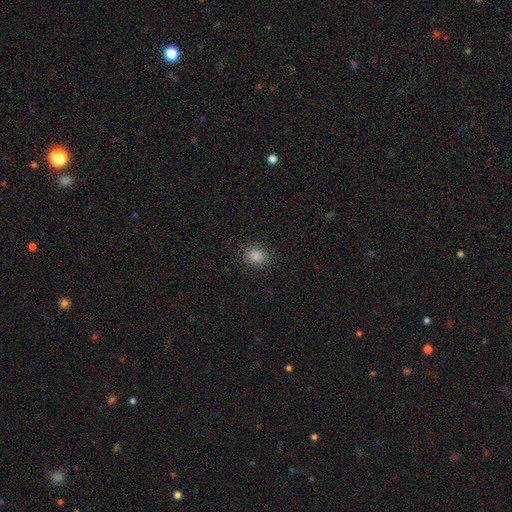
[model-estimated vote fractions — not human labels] Overall: smooth (84%). How rounded: round (59%; in between 40%). Merging: none (90%).